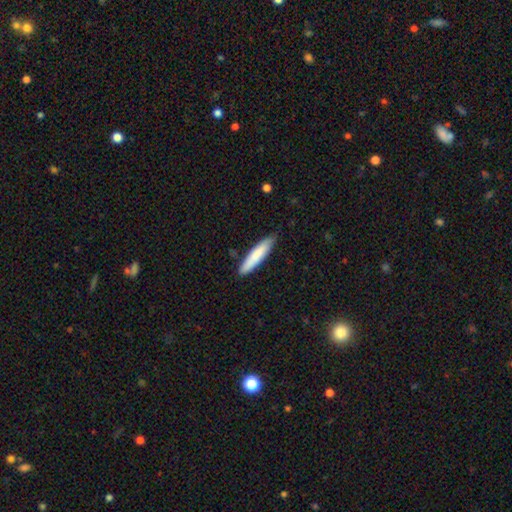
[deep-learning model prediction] Smooth or featured?
  - smooth: 82% *
  - featured or disk: 13%
  - star or artifact: 5%
How rounded?
  - cigar-shaped: 84% *
  - in between: 14%
  - round: 1%
Merging?
  - none: 85% *
  - minor disturbance: 12%
  - major disturbance: 2%
  - merger: 1%